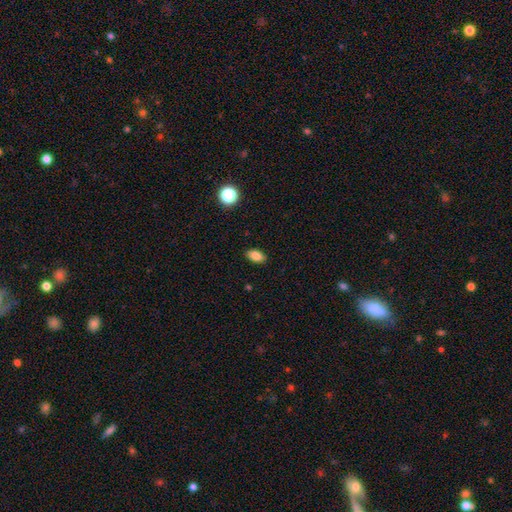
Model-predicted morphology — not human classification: Q: Smooth or featured?
A: smooth (84%); runner-up: star or artifact (10%)
Q: How rounded?
A: in between (90%); runner-up: round (6%)
Q: Merging?
A: none (89%); runner-up: minor disturbance (8%)